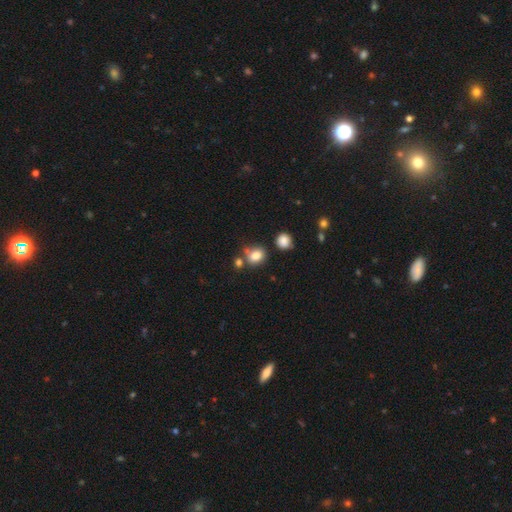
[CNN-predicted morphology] Smooth or featured? smooth (79%)
How rounded? round (57%)
Merging? none (58%)